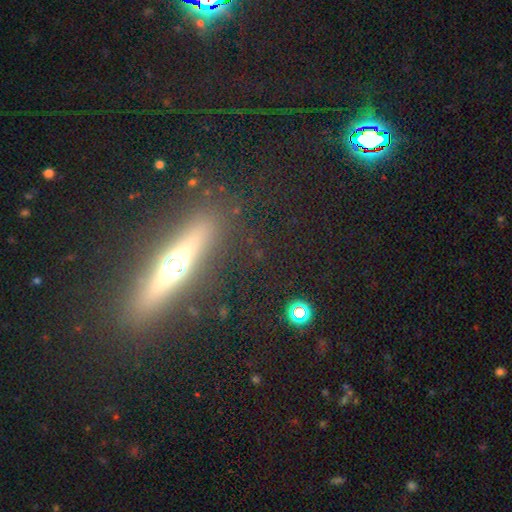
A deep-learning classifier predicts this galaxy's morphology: smooth-or-featured: featured or disk: 59% | smooth: 26% | star or artifact: 15%
  disk-edge-on: yes: 93% | no: 7%
    edge-on-bulge: rounded: 89% | none: 6% | boxy: 5%
  merging: none: 89% | minor disturbance: 7% | major disturbance: 2% | merger: 2%